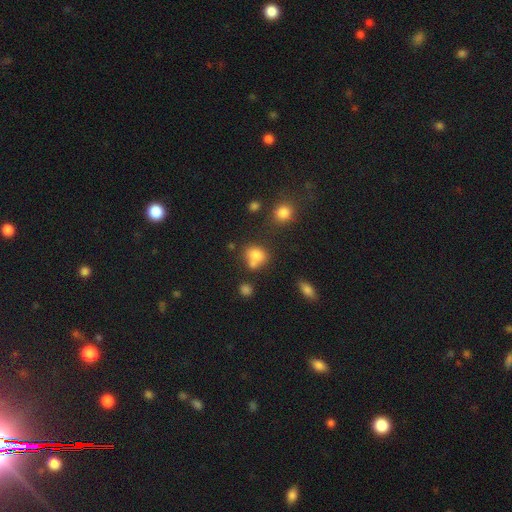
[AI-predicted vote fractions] Morphology: type=smooth (77%); roundness=round (56%); merging=none (43%).